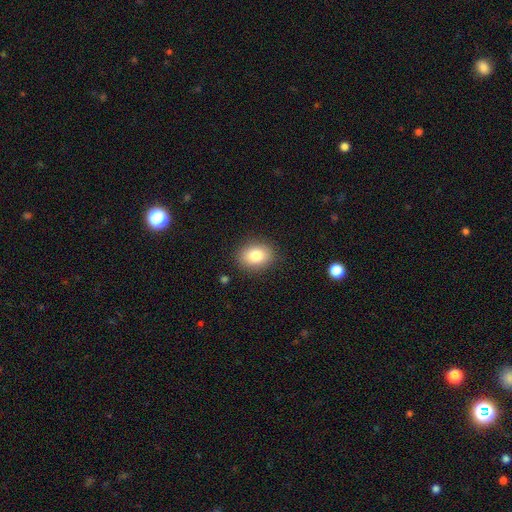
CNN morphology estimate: Smooth or featured: smooth — 82% (featured or disk — 9%)
How rounded: in between — 61% (round — 38%)
Merging: none — 87% (minor disturbance — 9%)